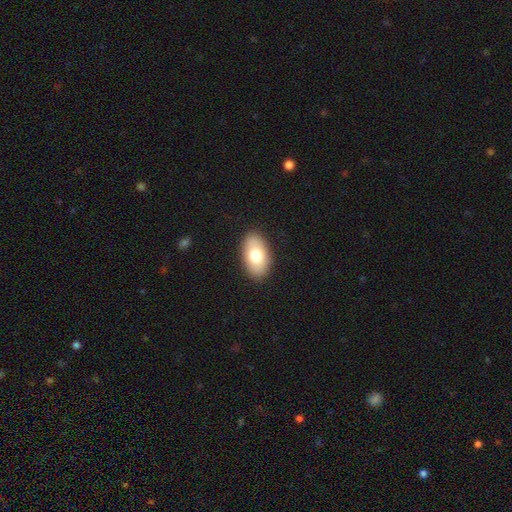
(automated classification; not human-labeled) A smooth galaxy with no disk features (74%) that is in between round and cigar-shaped (93%).

Vote fractions:
- Smooth or featured? smooth: 74% / featured or disk: 19% / star or artifact: 7%
- How rounded? in between: 93% / round: 5% / cigar-shaped: 2%
- Merging? none: 88% / minor disturbance: 9% / major disturbance: 2% / merger: 1%